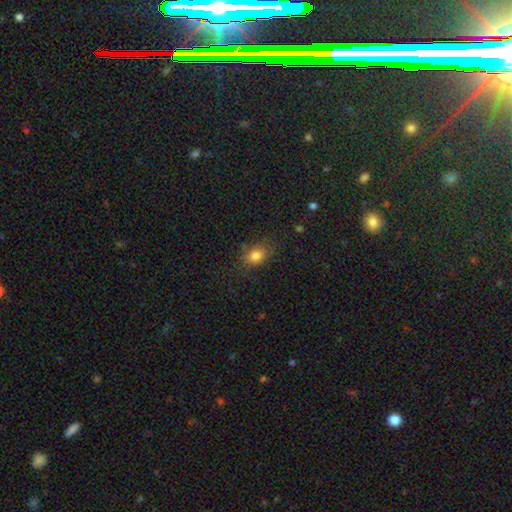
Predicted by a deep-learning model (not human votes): This is clearly a smooth galaxy (81%). How rounded: likely in between (63%). Merging: likely none (75%).